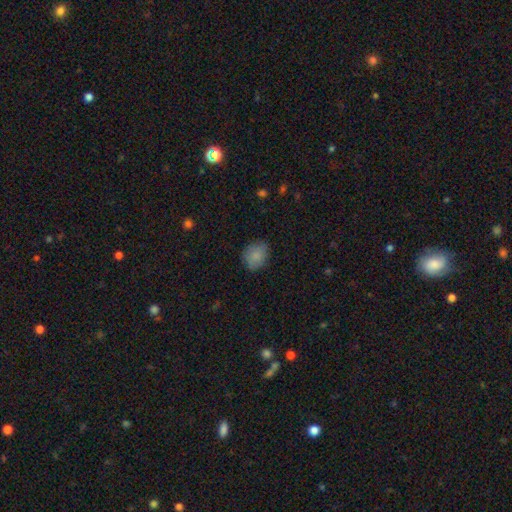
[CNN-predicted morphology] A smooth galaxy with no disk features (85%) that is round (57%). Merging: none (80%).